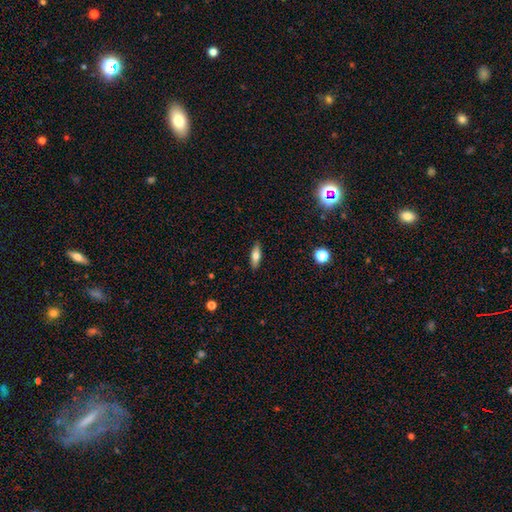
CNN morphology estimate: This appears to be a smooth galaxy with no disk features (64%) that is in between round and cigar-shaped (55%). Merging: none (89%).